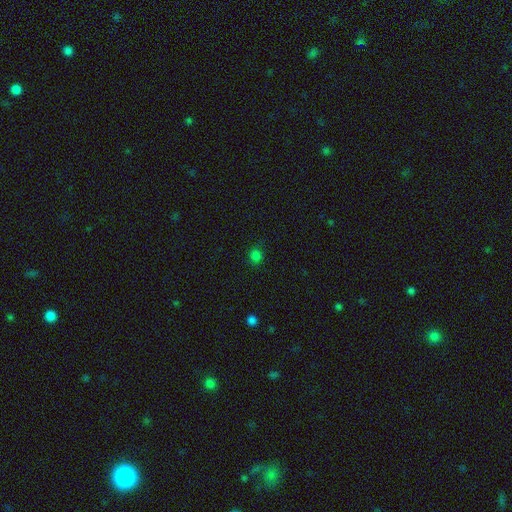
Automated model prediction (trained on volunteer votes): This is likely a smooth galaxy (78%). How rounded: clearly round (86%). Merging: clearly none (87%).